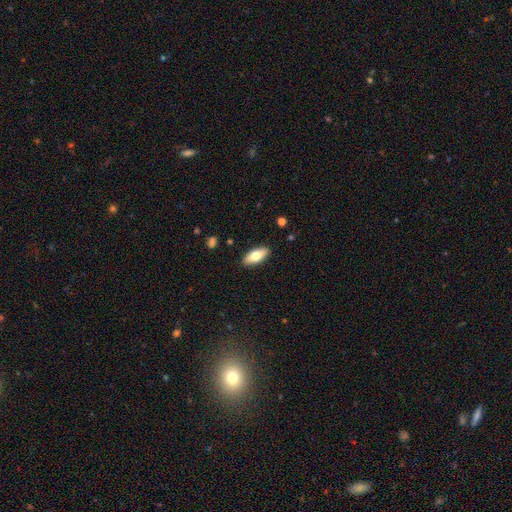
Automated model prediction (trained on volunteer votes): A smooth galaxy with no disk features (72%) that is in between round and cigar-shaped (84%).

Vote fractions:
- Smooth or featured? smooth: 72% / featured or disk: 22% / star or artifact: 6%
- How rounded? in between: 84% / cigar-shaped: 13% / round: 2%
- Merging? none: 89% / minor disturbance: 8% / major disturbance: 2% / merger: 1%